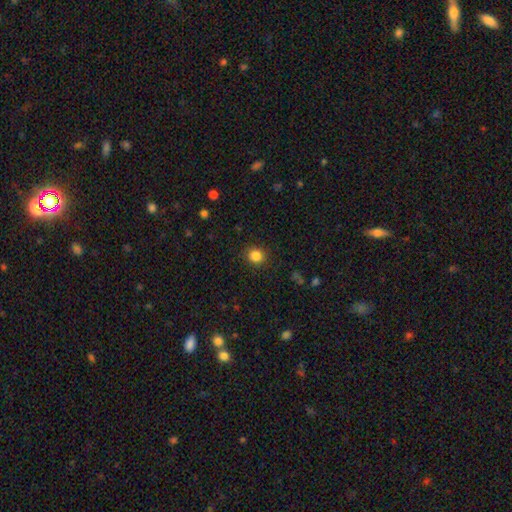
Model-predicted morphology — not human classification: A smooth galaxy with no disk features (85%) that is round (81%).

Vote fractions:
- Smooth or featured? smooth: 85% / star or artifact: 11% / featured or disk: 4%
- How rounded? round: 81% / in between: 18% / cigar-shaped: 1%
- Merging? none: 89% / minor disturbance: 7% / major disturbance: 3% / merger: 1%